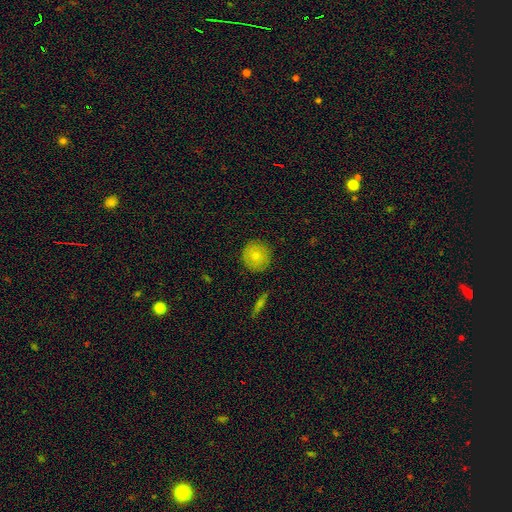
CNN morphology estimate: Smooth or featured? Predicted: smooth (p=0.78). How rounded? Predicted: round (p=0.92). Merging? Predicted: none (p=0.88).